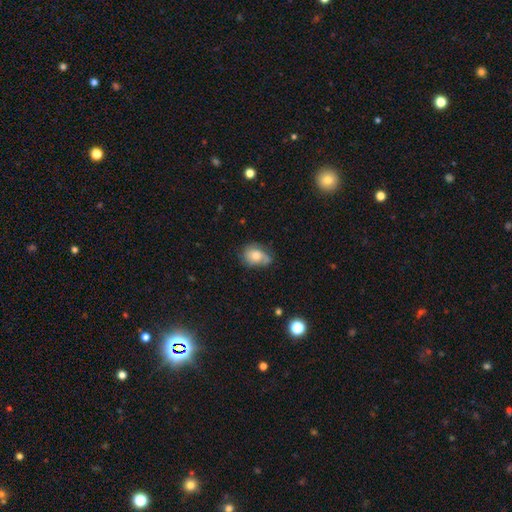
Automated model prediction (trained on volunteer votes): Smooth or featured?
  - smooth: 62% *
  - featured or disk: 28%
  - star or artifact: 9%
How rounded?
  - in between: 61% *
  - round: 38%
  - cigar-shaped: 1%
Merging?
  - none: 51% *
  - minor disturbance: 34%
  - major disturbance: 11%
  - merger: 4%